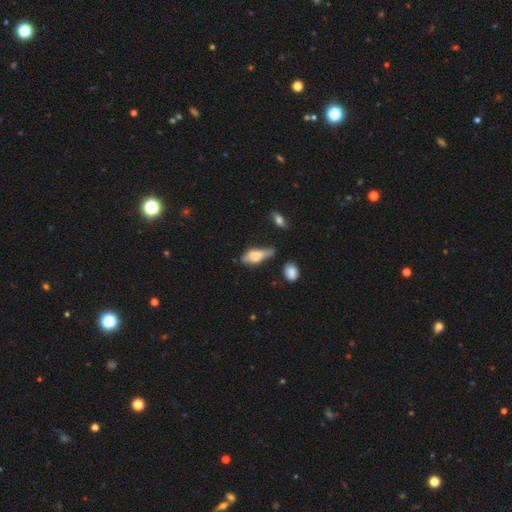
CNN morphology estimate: Overall: smooth (63%; featured or disk 28%). How rounded: in between (74%). Merging: minor disturbance (33%; none 30%).